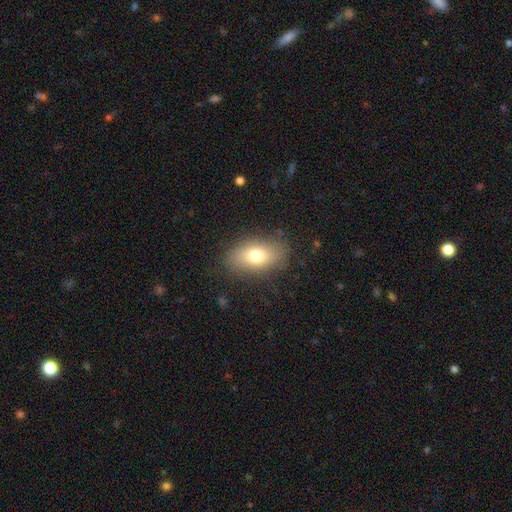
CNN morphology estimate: Smooth or featured? smooth (74%)
How rounded? in between (87%)
Merging? none (82%)